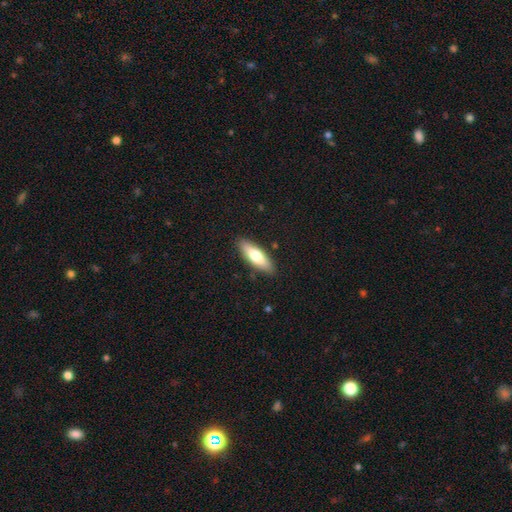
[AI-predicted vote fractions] smooth_or_featured: smooth (p=0.69) [alt: featured or disk p=0.25]
how_rounded: in between (p=0.52) [alt: cigar-shaped p=0.46]
merging: none (p=0.88) [alt: minor disturbance p=0.09]